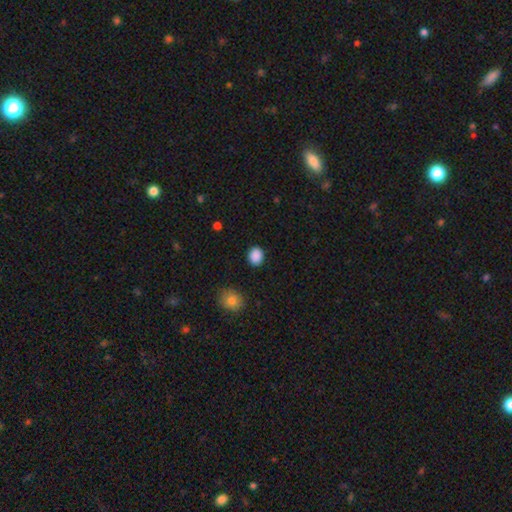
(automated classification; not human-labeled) smooth 89%, star or artifact 9%, featured or disk 3%. Down the decision tree: how rounded — round (61%); merging — none (90%).